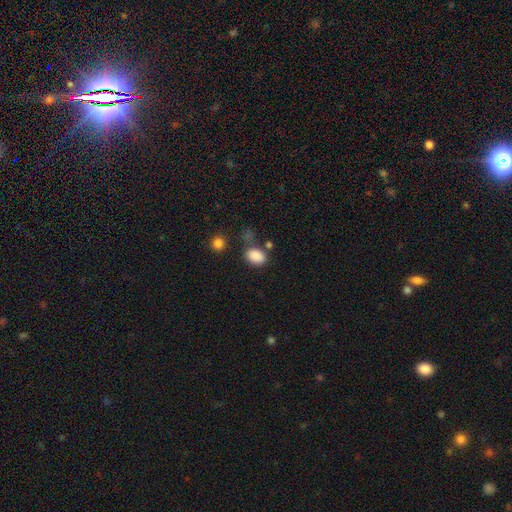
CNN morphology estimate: The model was most divided on "merging": none: 65%, minor disturbance: 18%, merger: 10%, major disturbance: 7%. More confident: smooth or featured — smooth (86%); how rounded — in between (76%).